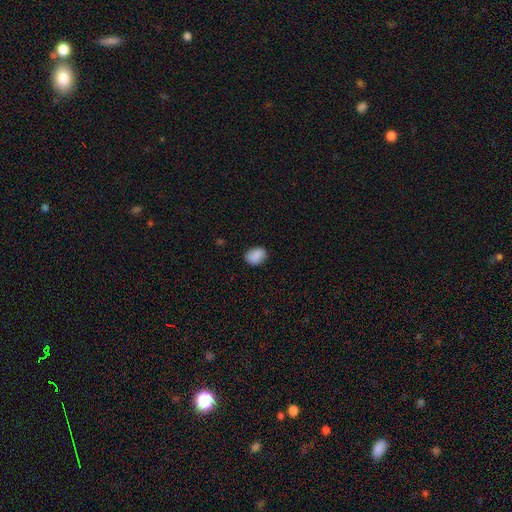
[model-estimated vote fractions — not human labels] Smooth or featured? Predicted: smooth (p=0.89). How rounded? Predicted: in between (p=0.74). Merging? Predicted: none (p=0.84).